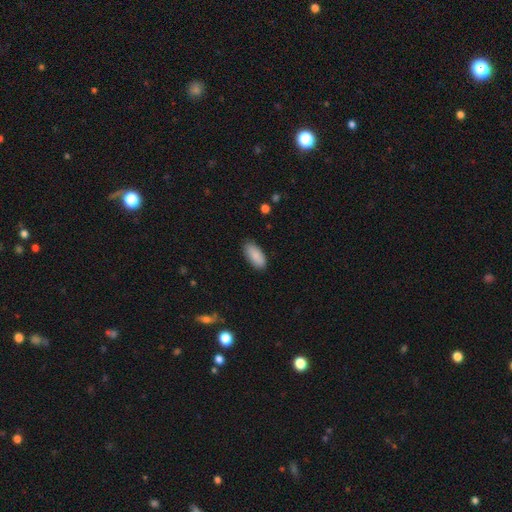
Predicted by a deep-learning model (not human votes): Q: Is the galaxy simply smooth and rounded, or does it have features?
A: smooth — 89%.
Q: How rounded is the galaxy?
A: in between — 87%.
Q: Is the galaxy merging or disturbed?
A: none — 87%.